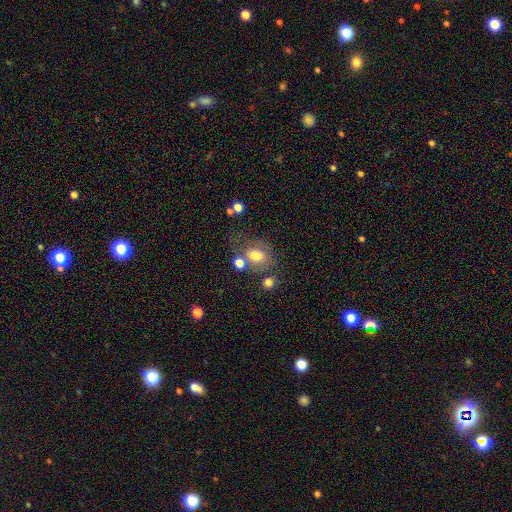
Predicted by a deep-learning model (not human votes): smooth 69%, featured or disk 19%, star or artifact 11%. Down the decision tree: how rounded — in between (54%); merging — none (50%).